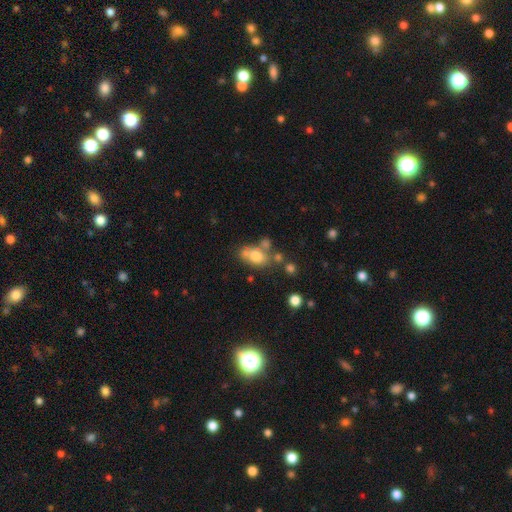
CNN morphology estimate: Smooth or featured: smooth — 69% (featured or disk — 20%)
How rounded: in between — 73% (round — 24%)
Merging: none — 42% (merger — 31%)